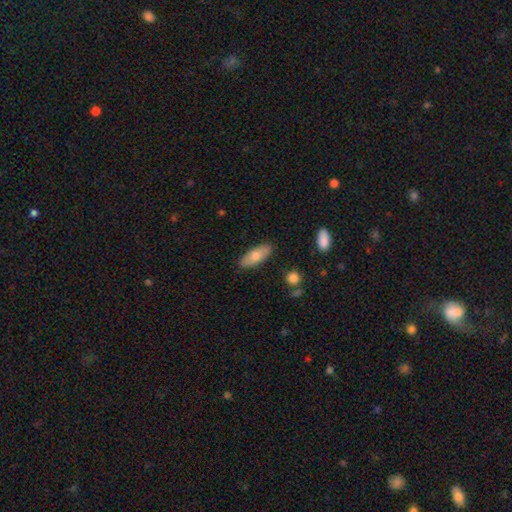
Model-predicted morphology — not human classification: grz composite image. It shows a smooth galaxy with no disk features (69%) that is in between round and cigar-shaped (77%). Merging: none (87%).